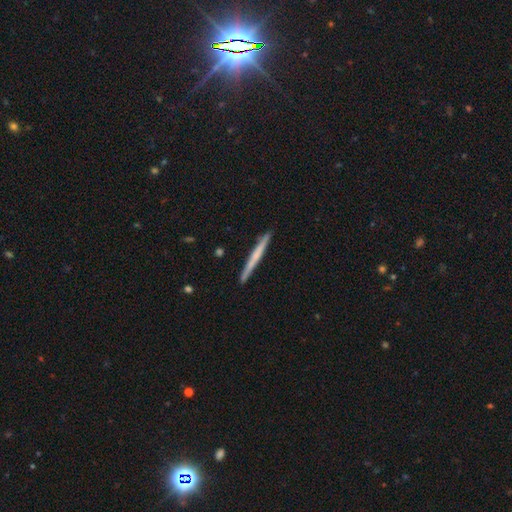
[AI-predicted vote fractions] Smooth or featured? Predicted: featured or disk (p=0.49). Merging? Predicted: none (p=0.91).